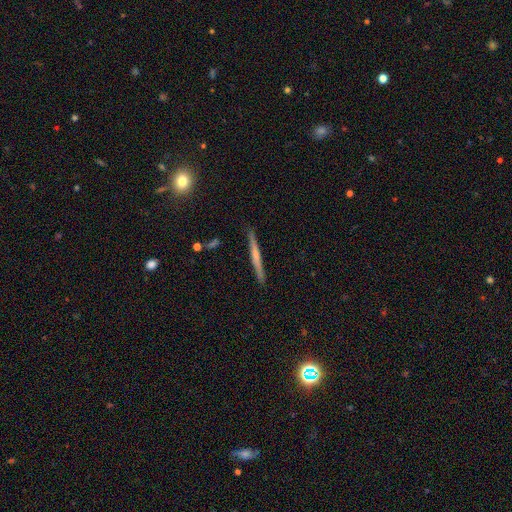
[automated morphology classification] Overall: featured or disk (54%; smooth 40%). Edge-on disk: yes (98%). Edge-on bulge: none (52%; rounded 38%). Merging: none (91%).